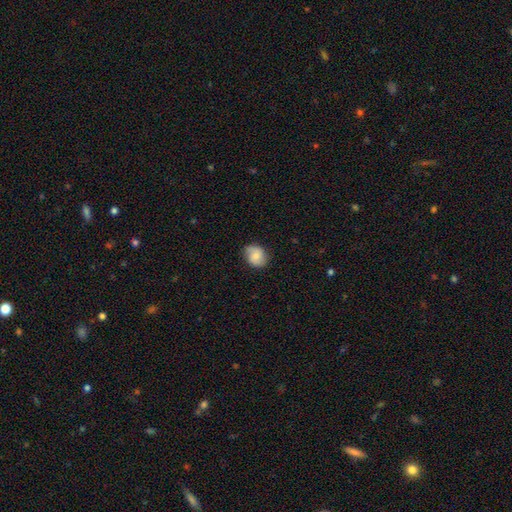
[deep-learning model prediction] Smooth or featured? smooth (62%)
How rounded? round (58%)
Merging? none (76%)